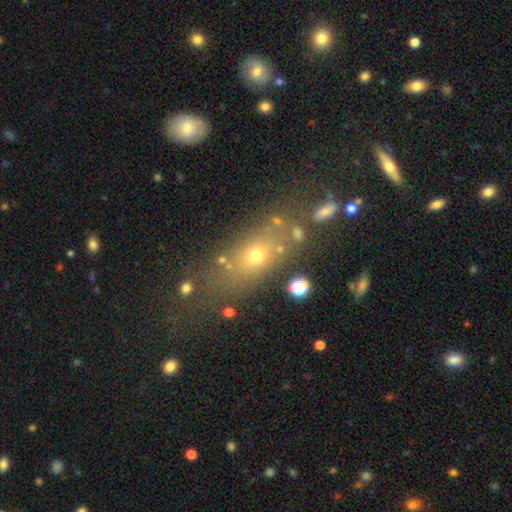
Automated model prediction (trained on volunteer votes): The model was most divided on "how rounded": in between: 59%, round: 23%, cigar-shaped: 18%. More confident: merging — none (64%); smooth or featured — smooth (58%).